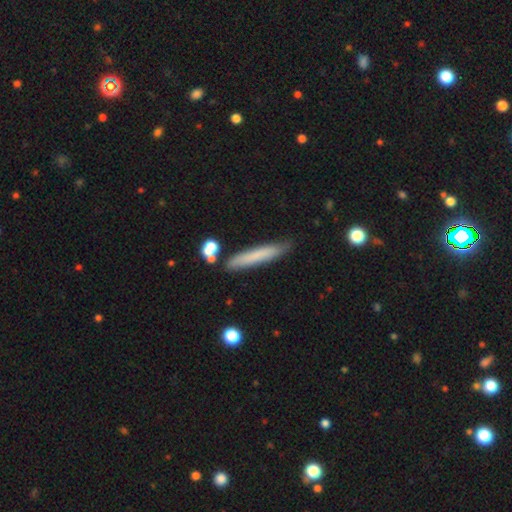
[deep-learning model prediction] Smooth or featured?
  - smooth: 70% *
  - featured or disk: 23%
  - star or artifact: 7%
How rounded?
  - cigar-shaped: 95% *
  - in between: 4%
  - round: 1%
Merging?
  - none: 81% *
  - minor disturbance: 12%
  - merger: 4%
  - major disturbance: 2%